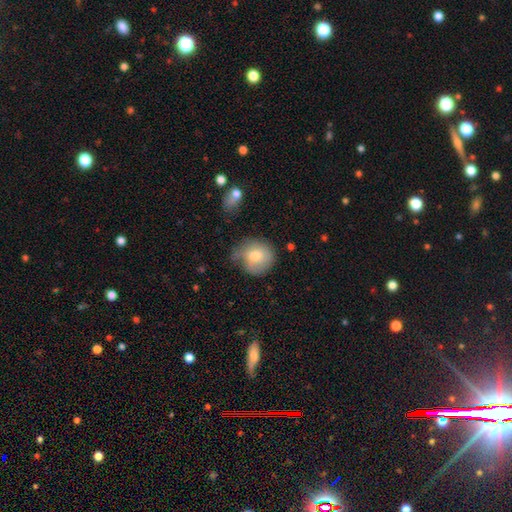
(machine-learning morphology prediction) The model was most divided on "merging": none: 48%, minor disturbance: 34%, major disturbance: 13%, merger: 5%. More confident: how rounded — round (82%); smooth or featured — smooth (74%).